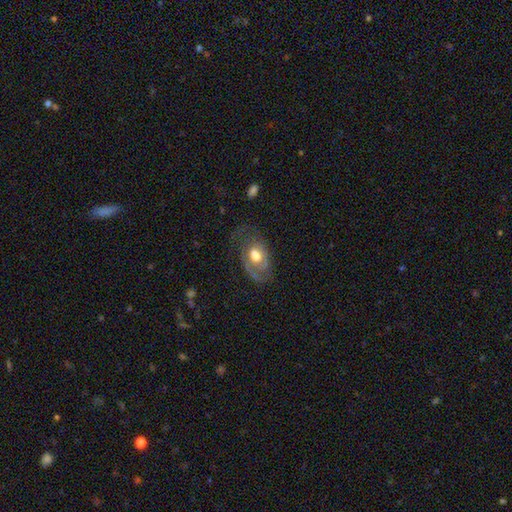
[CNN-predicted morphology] This appears to be a featured or disk galaxy (67%) with no bar (64%), 2 (44%) tight (44%) spiral arms (79%) and a moderate central bulge (63%). Merging: none (55%).